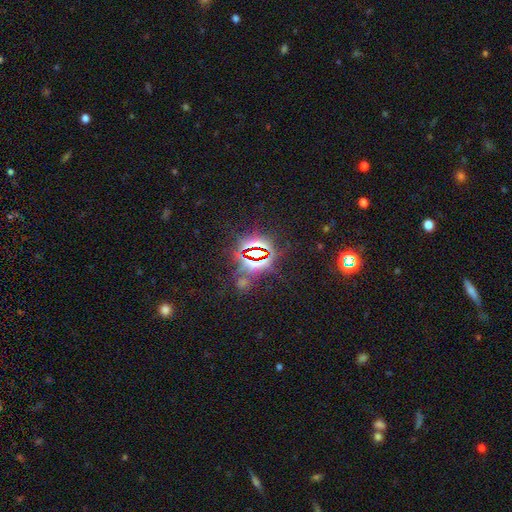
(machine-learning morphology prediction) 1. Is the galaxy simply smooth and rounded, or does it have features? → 83% star or artifact, 9% smooth, 8% featured or disk.